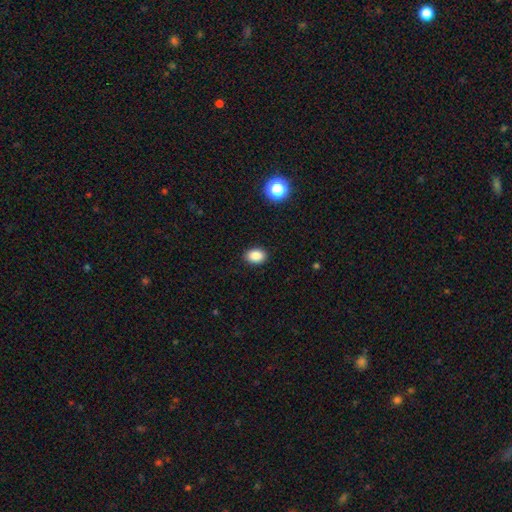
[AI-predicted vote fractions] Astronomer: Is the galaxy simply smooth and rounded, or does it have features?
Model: smooth — 87%.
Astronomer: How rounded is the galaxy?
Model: in between — 76%.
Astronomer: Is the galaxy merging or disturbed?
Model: none — 90%.